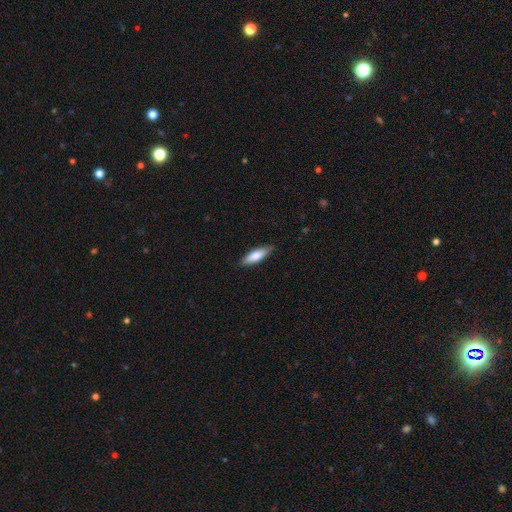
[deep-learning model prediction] Overall: smooth (74%). How rounded: cigar-shaped (51%; in between 47%). Merging: none (85%).